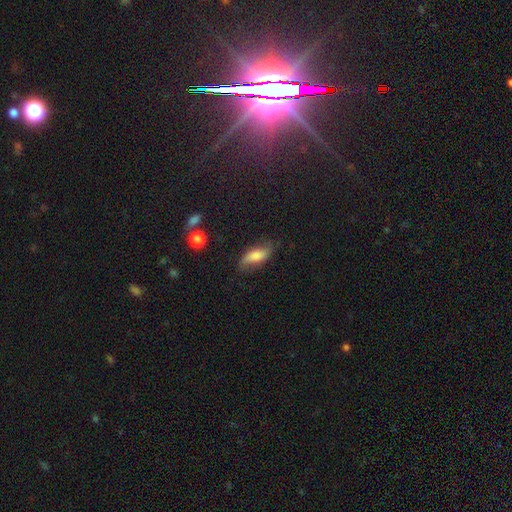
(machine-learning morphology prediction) type=smooth (56%); roundness=in between (75%); merging=none (65%).